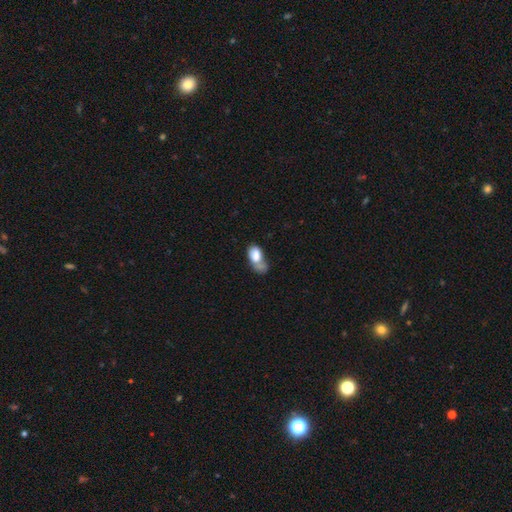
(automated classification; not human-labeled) Smooth or featured?
  - smooth: 75% *
  - featured or disk: 16%
  - star or artifact: 9%
How rounded?
  - in between: 88% *
  - round: 9%
  - cigar-shaped: 3%
Merging?
  - merger: 38% *
  - major disturbance: 25%
  - none: 20%
  - minor disturbance: 17%